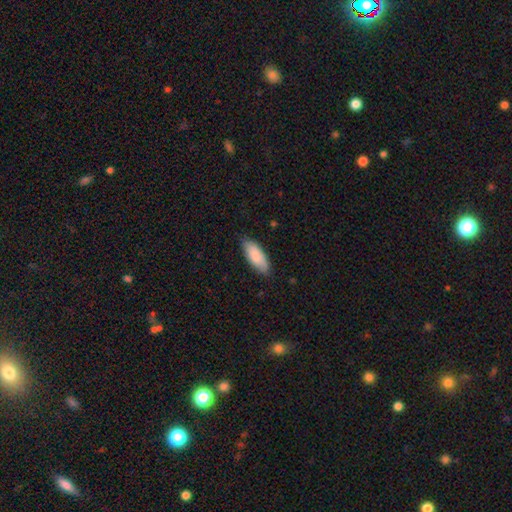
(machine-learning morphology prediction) A smooth galaxy with no disk features (86%) that is in between round and cigar-shaped (78%). Merging: none (82%).